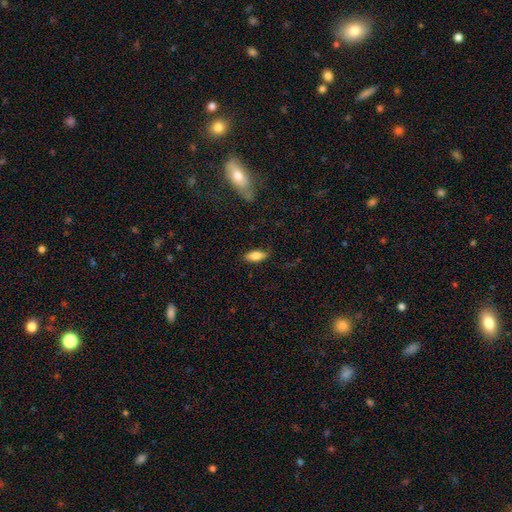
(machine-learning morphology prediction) A smooth galaxy with no disk features (80%) that is in between round and cigar-shaped (76%). Merging: none (83%).